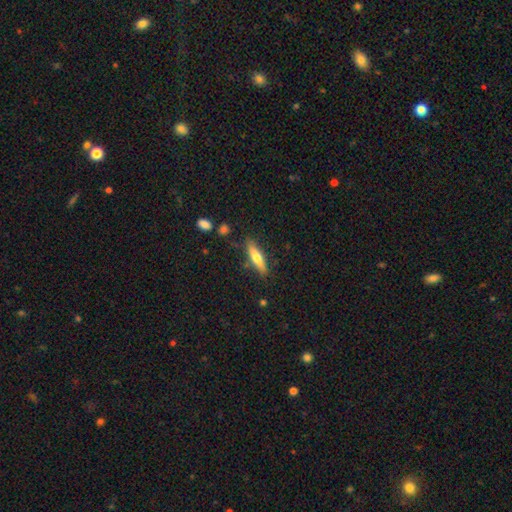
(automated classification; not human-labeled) Smooth or featured: smooth — 57% (featured or disk — 37%)
How rounded: cigar-shaped — 74% (in between — 24%)
Merging: none — 83% (minor disturbance — 11%)